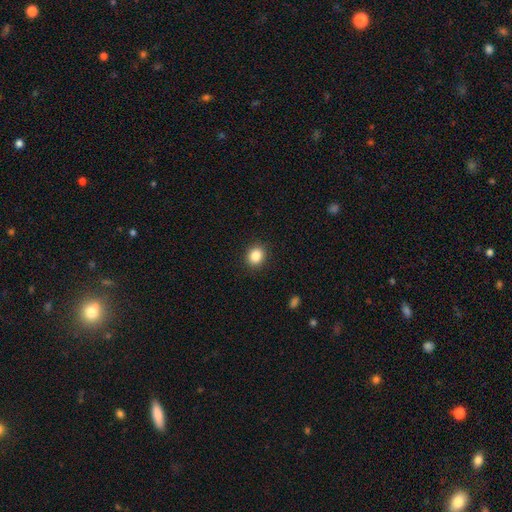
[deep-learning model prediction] A smooth galaxy with no disk features (85%) that is round (72%). Merging: none (91%).